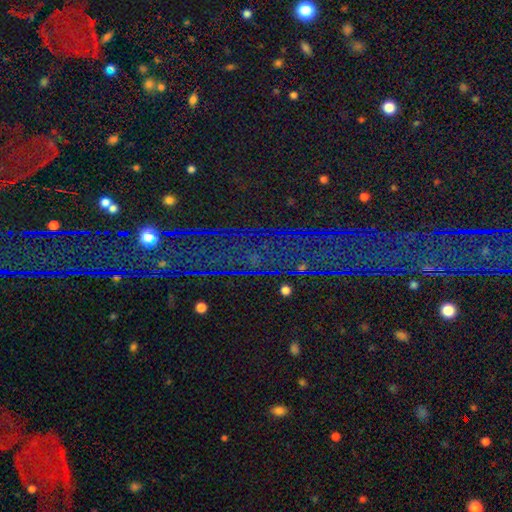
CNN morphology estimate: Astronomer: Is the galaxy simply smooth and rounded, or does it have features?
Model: star or artifact — 85%.